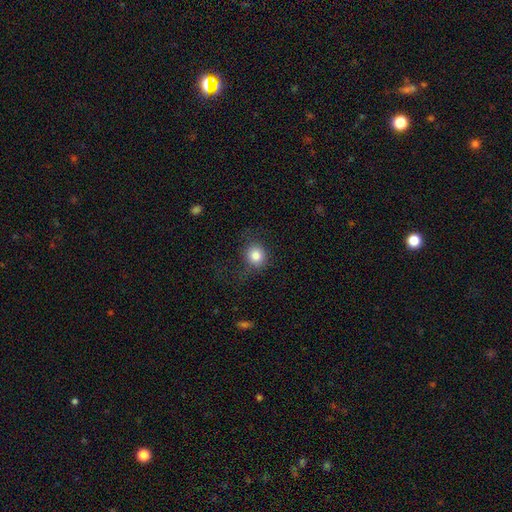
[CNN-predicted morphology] Smooth or featured?
  - smooth: 82% *
  - star or artifact: 11%
  - featured or disk: 7%
How rounded?
  - round: 87% *
  - in between: 12%
  - cigar-shaped: 1%
Merging?
  - none: 76% *
  - minor disturbance: 15%
  - major disturbance: 9%
  - merger: 1%